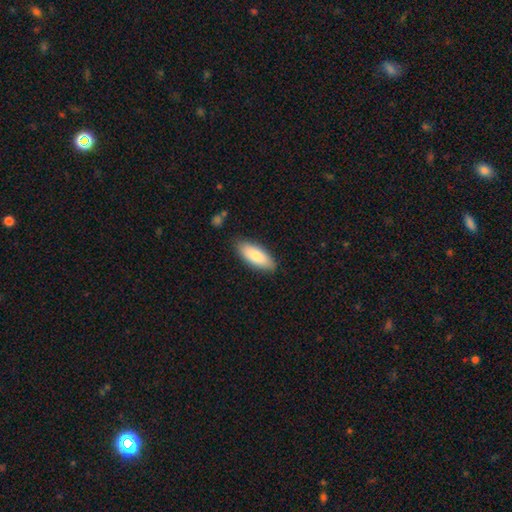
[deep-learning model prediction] smooth_or_featured: smooth (p=0.82) [alt: featured or disk p=0.13]
how_rounded: in between (p=0.78) [alt: cigar-shaped p=0.20]
merging: none (p=0.84) [alt: minor disturbance p=0.13]